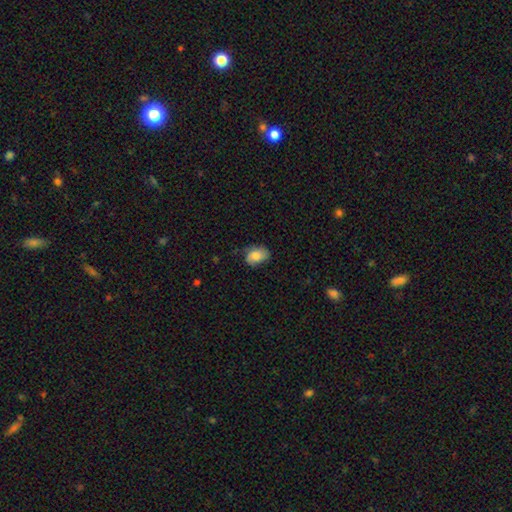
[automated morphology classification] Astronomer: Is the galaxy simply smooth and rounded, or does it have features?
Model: smooth — 80%.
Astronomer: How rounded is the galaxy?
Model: in between — 82%.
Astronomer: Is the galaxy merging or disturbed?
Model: none — 63%.